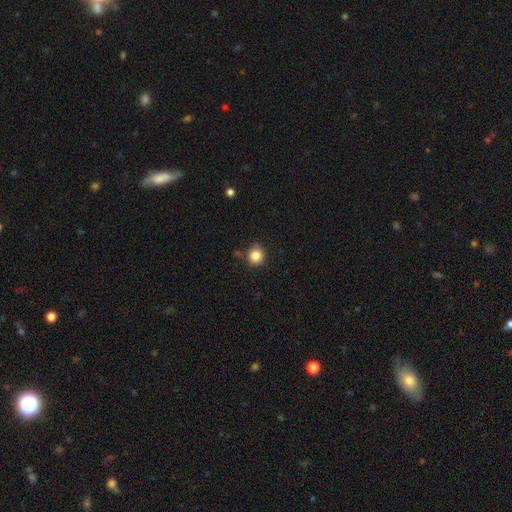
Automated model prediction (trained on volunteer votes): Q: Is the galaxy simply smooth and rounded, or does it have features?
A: smooth — 85%.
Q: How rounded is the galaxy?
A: round — 90%.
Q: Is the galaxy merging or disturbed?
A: none — 83%.